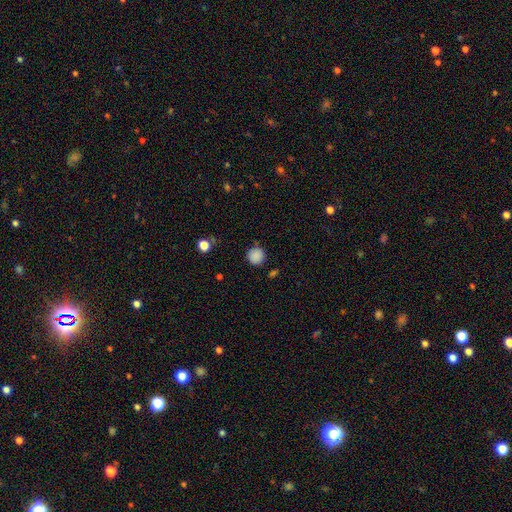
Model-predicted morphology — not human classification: Smooth or featured: smooth — 86% (star or artifact — 10%)
How rounded: round — 93% (in between — 6%)
Merging: none — 83% (minor disturbance — 12%)